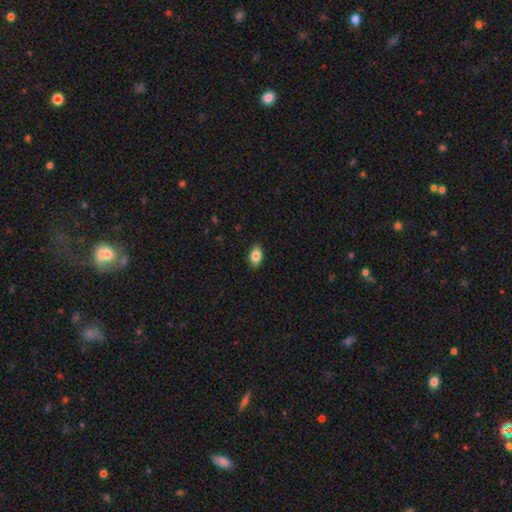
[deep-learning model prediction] smooth_or_featured: smooth (p=0.85) [alt: star or artifact p=0.08]
how_rounded: in between (p=0.89) [alt: round p=0.09]
merging: none (p=0.88) [alt: minor disturbance p=0.09]